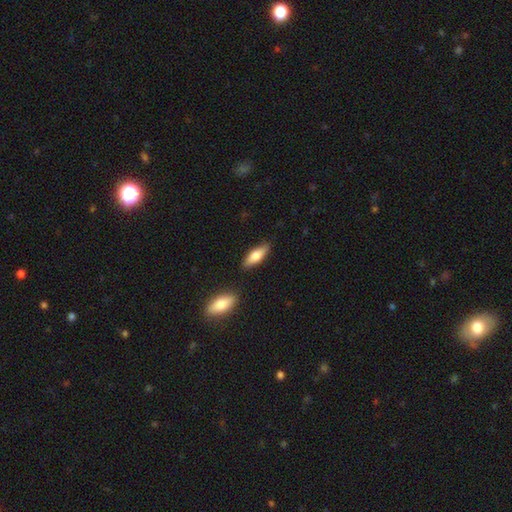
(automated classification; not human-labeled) Q: Smooth or featured?
A: smooth (68%); runner-up: featured or disk (26%)
Q: How rounded?
A: in between (59%); runner-up: cigar-shaped (38%)
Q: Merging?
A: none (82%); runner-up: minor disturbance (11%)